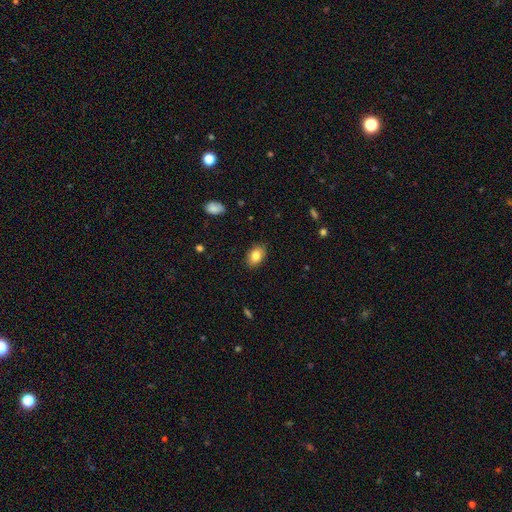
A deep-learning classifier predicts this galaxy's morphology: smooth-or-featured: smooth: 83% | featured or disk: 8% | star or artifact: 8%
  how-rounded: in between: 84% | round: 15% | cigar-shaped: 1%
  merging: none: 87% | minor disturbance: 10% | major disturbance: 2% | merger: 1%